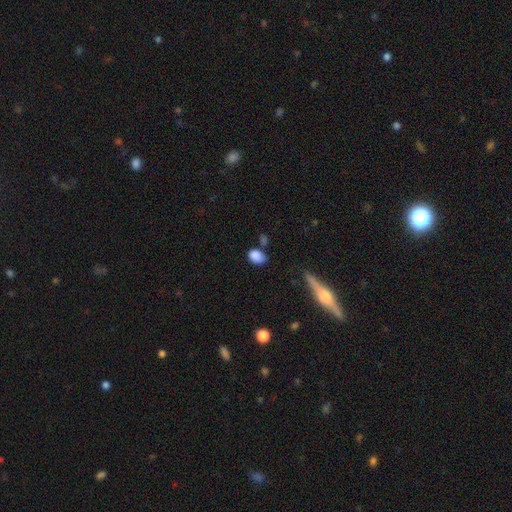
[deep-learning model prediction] Smooth or featured? smooth (86%)
How rounded? in between (80%)
Merging? none (57%)